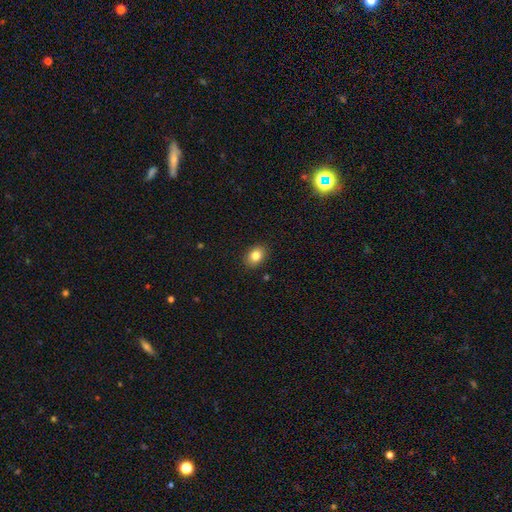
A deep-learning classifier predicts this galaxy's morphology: This is clearly a smooth galaxy (83%). How rounded: likely in between (66%). Merging: clearly none (89%).